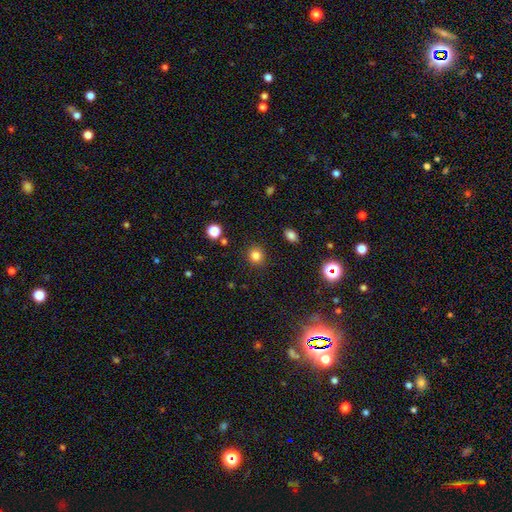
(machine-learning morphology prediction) This appears to be a smooth galaxy with no disk features (82%) that is round (83%). Merging: none (88%).